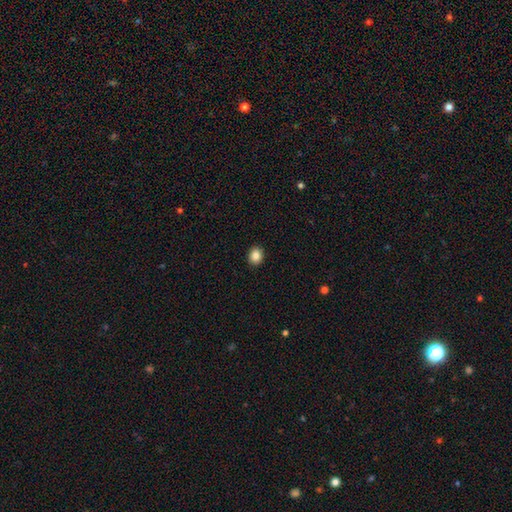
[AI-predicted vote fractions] Smooth or featured: smooth — 85% (star or artifact — 10%)
How rounded: round — 64% (in between — 35%)
Merging: none — 92% (minor disturbance — 5%)